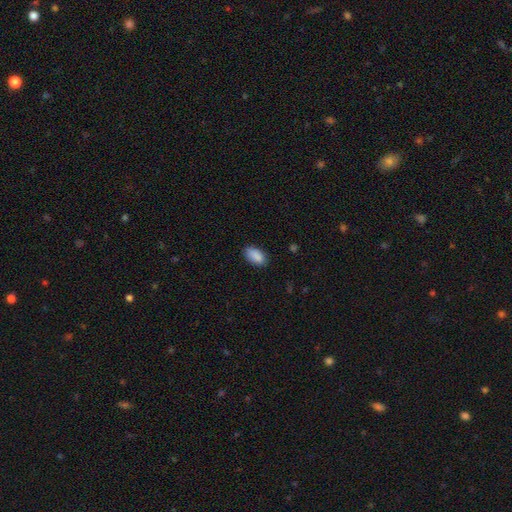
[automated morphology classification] Q: Smooth or featured?
A: smooth (90%); runner-up: star or artifact (7%)
Q: How rounded?
A: in between (94%); runner-up: round (3%)
Q: Merging?
A: none (83%); runner-up: minor disturbance (13%)